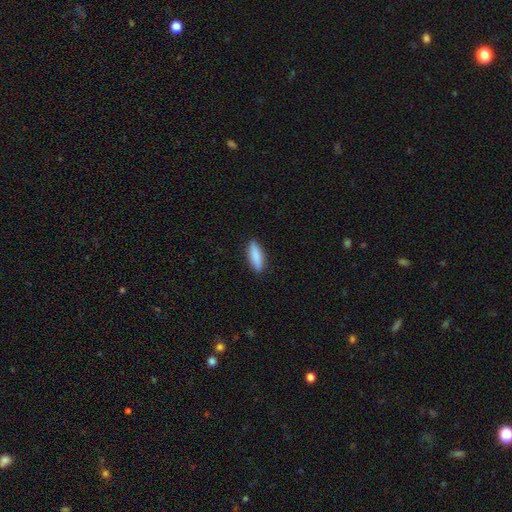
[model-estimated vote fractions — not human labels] smooth 86%, featured or disk 8%, star or artifact 5%. Down the decision tree: how rounded — in between (51%); merging — none (89%).